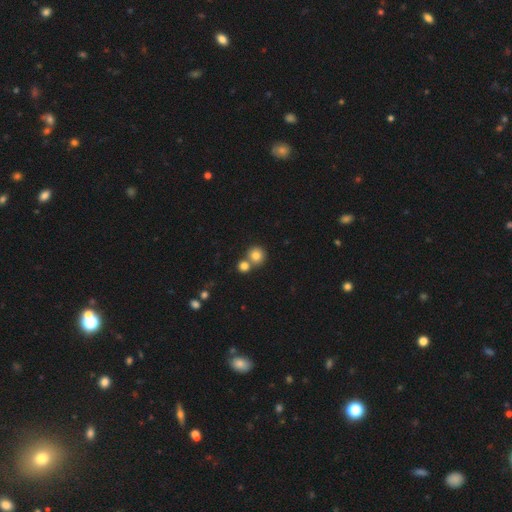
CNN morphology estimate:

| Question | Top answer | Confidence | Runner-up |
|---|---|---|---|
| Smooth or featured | smooth | 81% | star or artifact (11%) |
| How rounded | round | 90% | in between (9%) |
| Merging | none | 58% | merger (34%) |